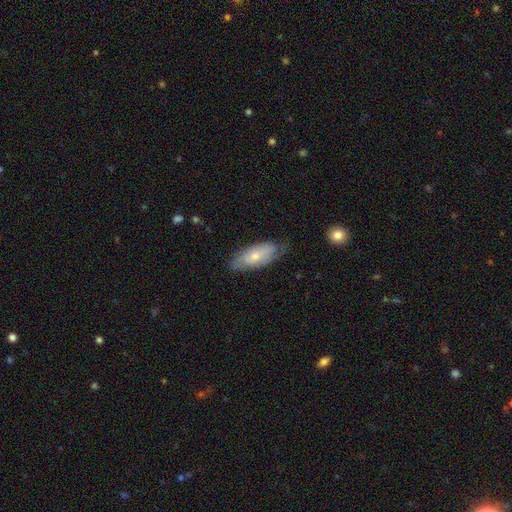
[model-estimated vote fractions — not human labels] Smooth or featured? Predicted: smooth (p=0.59). How rounded? Predicted: in between (p=0.81). Merging? Predicted: none (p=0.68).